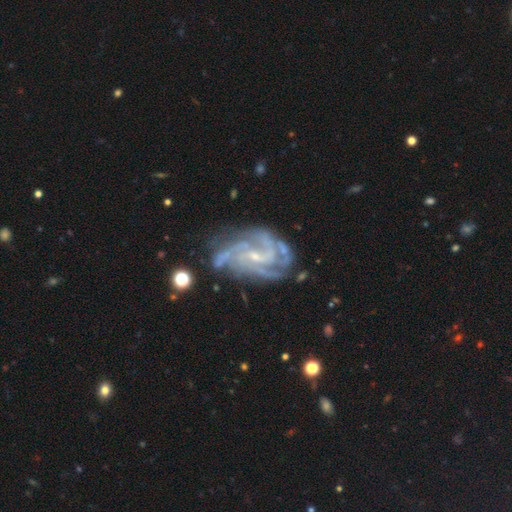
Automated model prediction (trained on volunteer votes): smooth_or_featured: featured or disk (p=0.89) [alt: star or artifact p=0.07]
disk_edge_on: no (p=0.97) [alt: yes p=0.03]
bar: weak (p=0.43) [alt: no p=0.40]
has_spiral_arms: yes (p=0.98) [alt: no p=0.02]
spiral_winding: tight (p=0.51) [alt: medium p=0.41]
spiral_arm_count: 3 (p=0.29) [alt: 4 p=0.27]
bulge_size: small (p=0.75) [alt: moderate p=0.18]
merging: none (p=0.66) [alt: minor disturbance p=0.21]